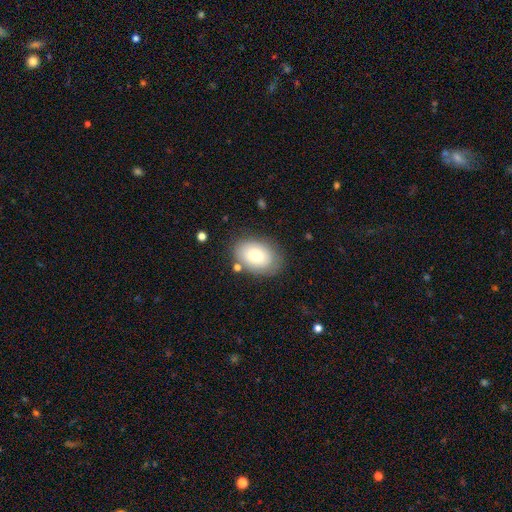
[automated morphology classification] type=smooth (75%); roundness=in between (80%); merging=none (79%).